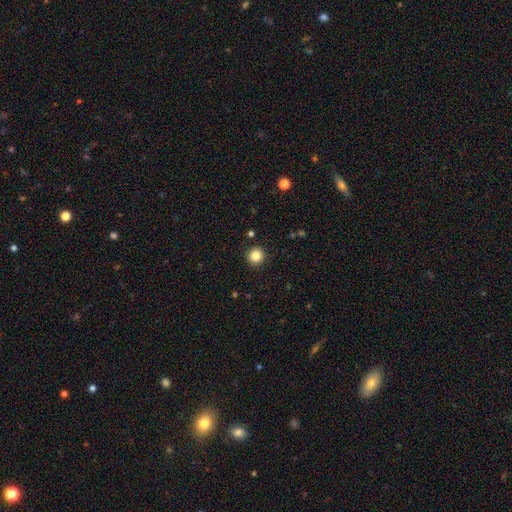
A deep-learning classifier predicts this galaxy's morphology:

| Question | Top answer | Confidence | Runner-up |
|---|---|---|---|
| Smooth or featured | smooth | 84% | star or artifact (11%) |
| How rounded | round | 94% | in between (5%) |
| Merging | none | 92% | minor disturbance (5%) |